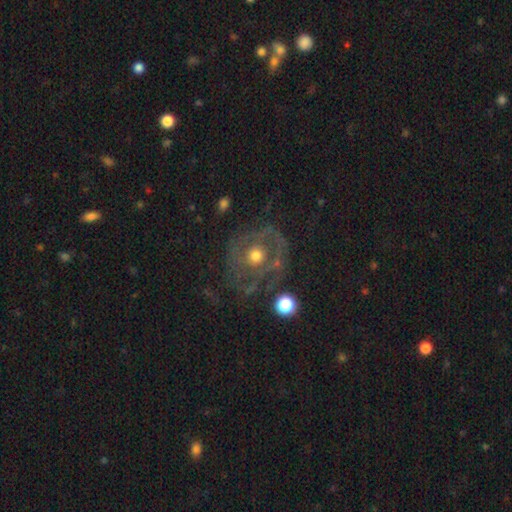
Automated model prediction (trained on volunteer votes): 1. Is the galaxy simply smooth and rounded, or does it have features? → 65% featured or disk, 25% smooth, 10% star or artifact.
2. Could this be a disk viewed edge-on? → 96% no, 4% yes.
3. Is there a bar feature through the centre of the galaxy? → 87% no, 10% weak, 3% strong.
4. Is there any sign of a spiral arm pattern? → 52% yes, 48% no.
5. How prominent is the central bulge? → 65% moderate, 22% small, 9% large, 2% none, 2% dominant.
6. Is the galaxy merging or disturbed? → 58% none, 21% major disturbance, 18% minor disturbance, 3% merger.